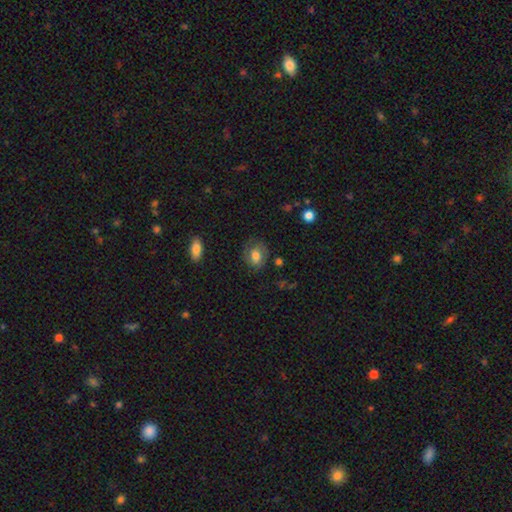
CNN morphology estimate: The model was most divided on "how rounded": in between: 52%, round: 46%, cigar-shaped: 1%. More confident: merging — none (69%); smooth or featured — smooth (66%).